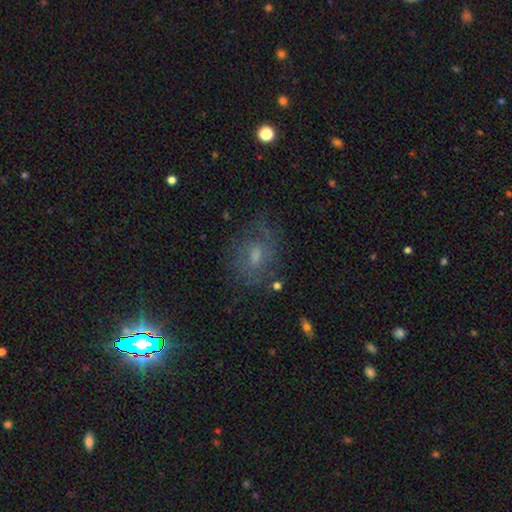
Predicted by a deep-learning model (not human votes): Smooth or featured? Predicted: featured or disk (p=0.44). Merging? Predicted: none (p=0.63).